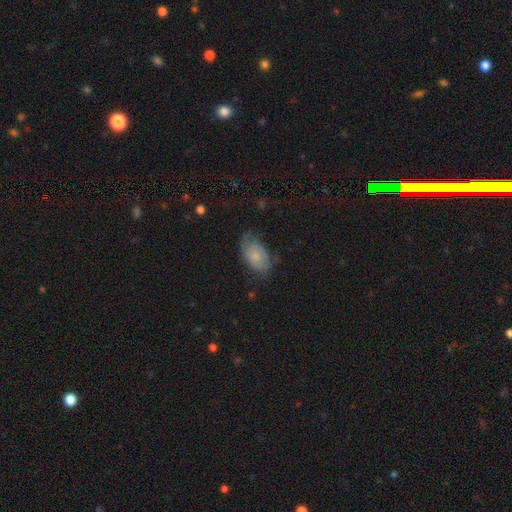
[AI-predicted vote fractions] The model was most divided on "merging": none: 54%, minor disturbance: 32%, major disturbance: 12%, merger: 2%. More confident: how rounded — in between (92%); smooth or featured — smooth (66%).